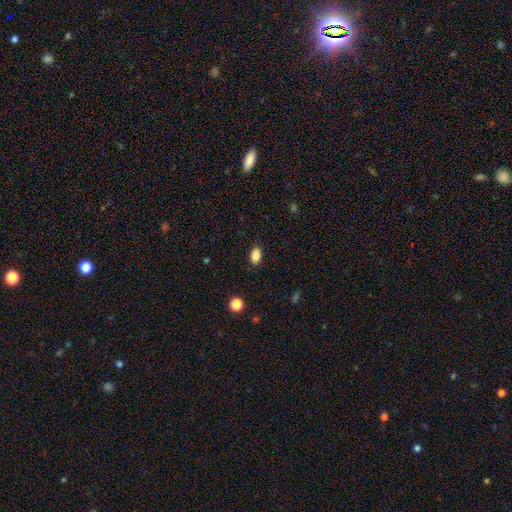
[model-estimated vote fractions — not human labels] This is clearly a smooth galaxy (87%). How rounded: clearly in between (87%). Merging: clearly none (88%).